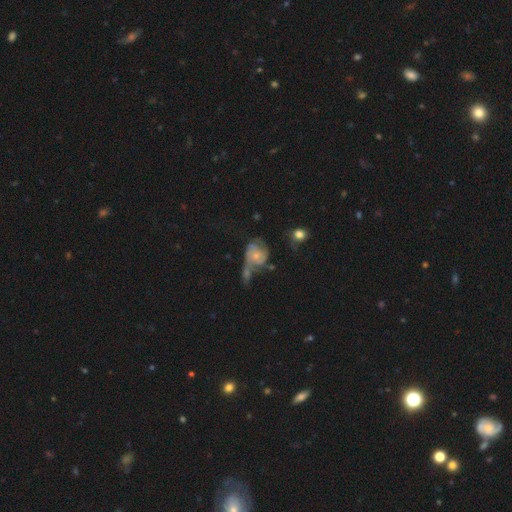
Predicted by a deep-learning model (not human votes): The model was most divided on "spiral winding": medium: 40%, tight: 33%, loose: 27%. Remaining: edge-on disk — no (97%); spiral arms — yes (87%); bar — no (76%); smooth or featured — featured or disk (71%); bulge size — small (58%); spiral arm count — 2 (48%); merging — merger (33%).